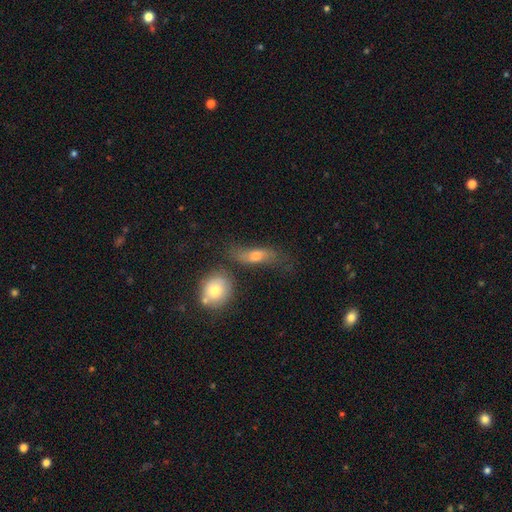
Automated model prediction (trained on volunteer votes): smooth-or-featured: smooth: 52% | featured or disk: 36% | star or artifact: 11%
  how-rounded: in between: 54% | cigar-shaped: 35% | round: 10%
  merging: none: 47% | minor disturbance: 22% | major disturbance: 17% | merger: 14%